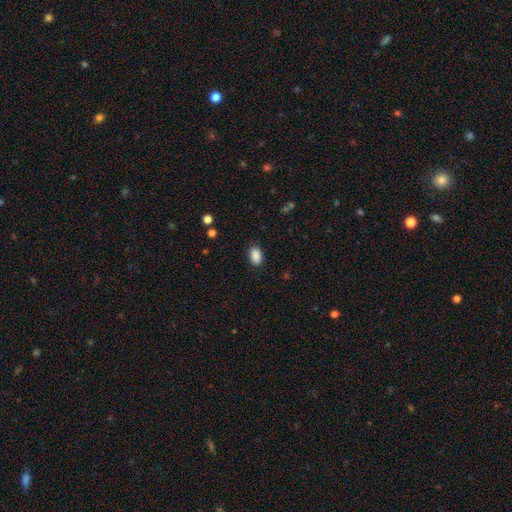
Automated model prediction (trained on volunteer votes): Smooth or featured: smooth — 89% (star or artifact — 8%)
How rounded: in between — 88% (round — 11%)
Merging: none — 86% (minor disturbance — 10%)